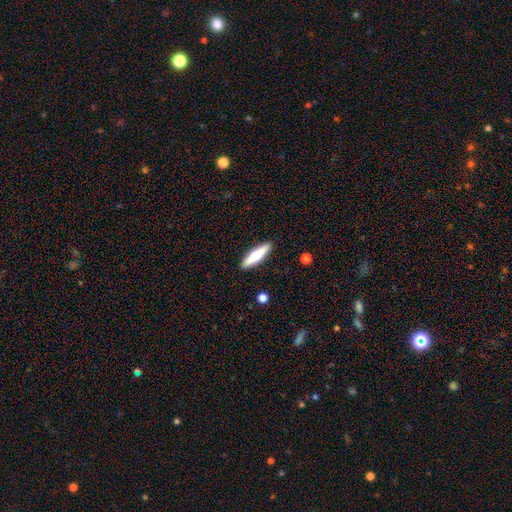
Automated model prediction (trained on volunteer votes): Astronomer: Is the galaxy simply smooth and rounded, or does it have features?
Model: smooth — 56% (runner-up: featured or disk, 38%).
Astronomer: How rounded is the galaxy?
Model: cigar-shaped — 76%.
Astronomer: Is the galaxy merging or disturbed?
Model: none — 90%.